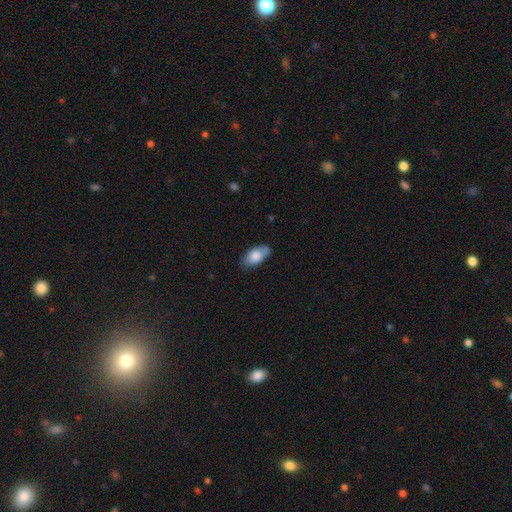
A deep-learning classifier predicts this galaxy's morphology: Overall: smooth (79%). How rounded: in between (93%). Merging: none (74%).